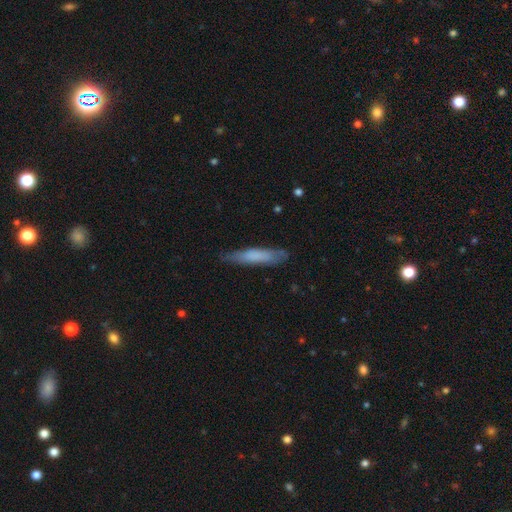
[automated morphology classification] type=smooth (69%); roundness=cigar-shaped (85%); merging=none (77%).